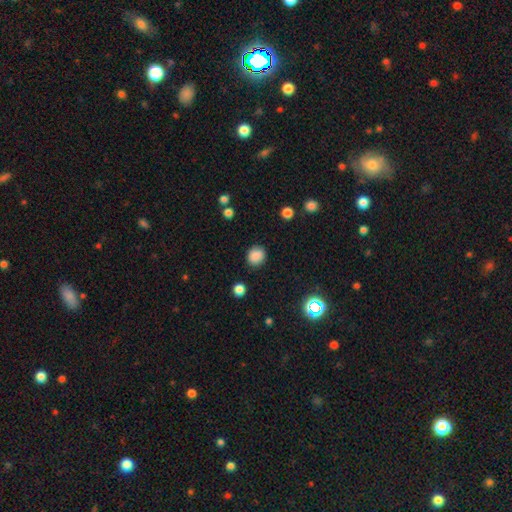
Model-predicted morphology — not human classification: Smooth or featured? Predicted: smooth (p=0.86). How rounded? Predicted: round (p=0.78). Merging? Predicted: none (p=0.88).